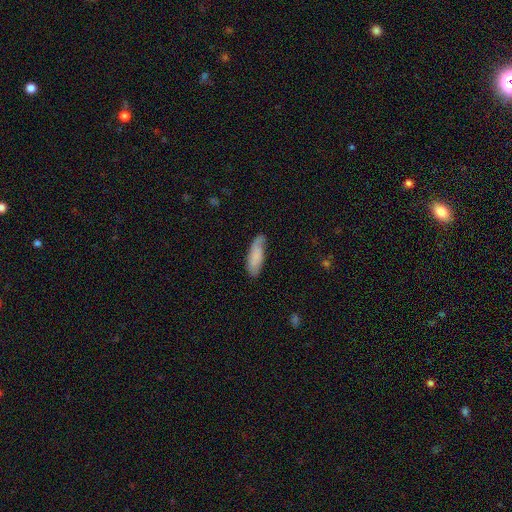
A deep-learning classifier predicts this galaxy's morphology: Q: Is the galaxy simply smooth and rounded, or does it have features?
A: smooth — 75%.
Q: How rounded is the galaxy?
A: in between — 57%.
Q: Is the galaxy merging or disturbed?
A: none — 69%.